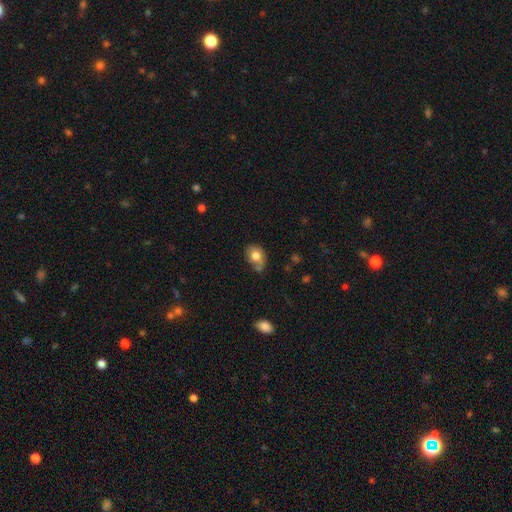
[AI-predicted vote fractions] This is likely a smooth galaxy (76%). How rounded: possibly in between (58%). Merging: possibly none (50%).